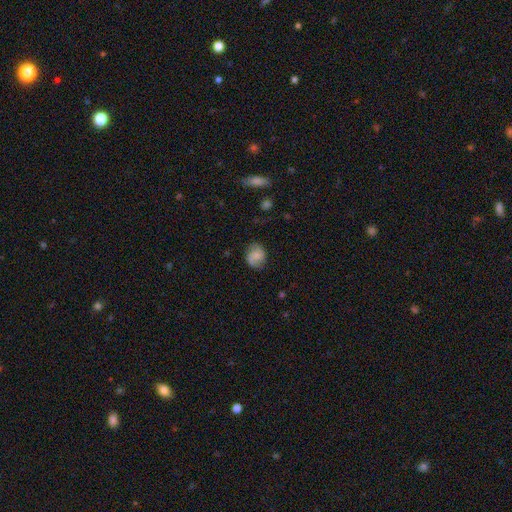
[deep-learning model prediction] Smooth or featured: smooth — 58% (featured or disk — 33%)
How rounded: round — 65% (in between — 34%)
Merging: none — 67% (minor disturbance — 23%)